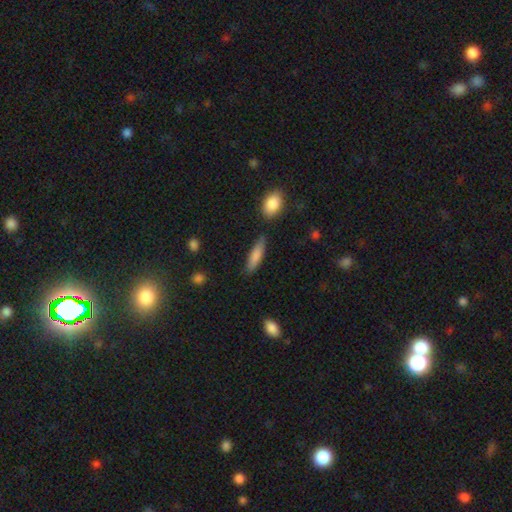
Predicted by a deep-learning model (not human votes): Smooth or featured? Predicted: smooth (p=0.80). How rounded? Predicted: cigar-shaped (p=0.71). Merging? Predicted: none (p=0.79).